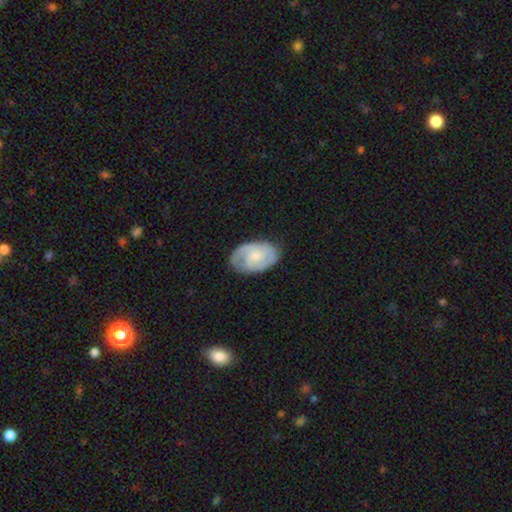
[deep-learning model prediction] This is likely a featured or disk galaxy (62%). It is clearly not viewed edge-on (96%). Bar: likely no (67%). Spiral arm pattern: clearly yes (86%). Spiral arm count: possibly 2 (58%). Spiral winding: possibly tight (49%). Central bulge: possibly small (48%). Merging: likely none (78%).